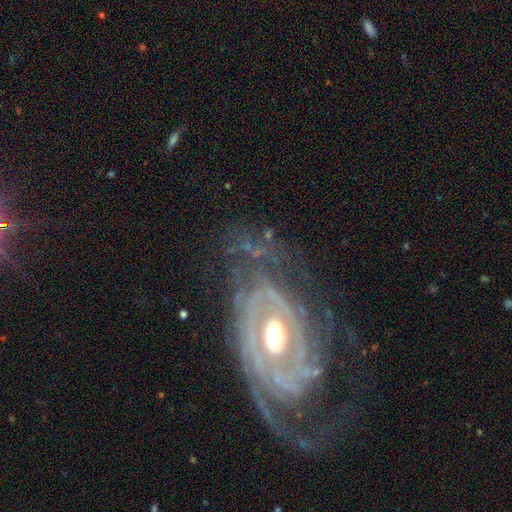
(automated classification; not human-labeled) Smooth or featured? featured or disk (89%)
Edge-on disk? no (95%)
Bar? no (42%)
Spiral arms? yes (94%)
Spiral winding? tight (64%)
Spiral arm count? 2 (31%)
Bulge size? moderate (69%)
Merging? none (62%)